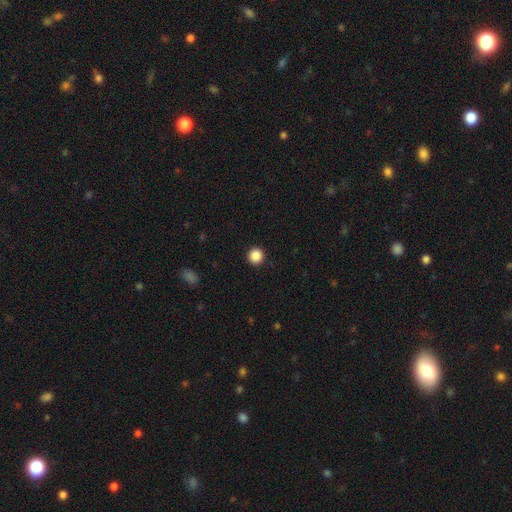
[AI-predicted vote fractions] This is clearly a smooth galaxy (87%). How rounded: clearly round (96%). Merging: clearly none (93%).